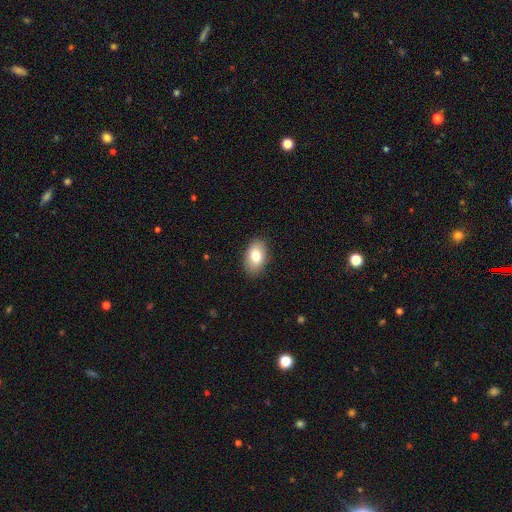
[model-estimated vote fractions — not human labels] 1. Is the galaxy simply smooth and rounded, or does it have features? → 79% smooth, 13% featured or disk, 8% star or artifact.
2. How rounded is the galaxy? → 90% in between, 9% round, 1% cigar-shaped.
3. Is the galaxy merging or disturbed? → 87% none, 10% minor disturbance, 2% major disturbance, 1% merger.